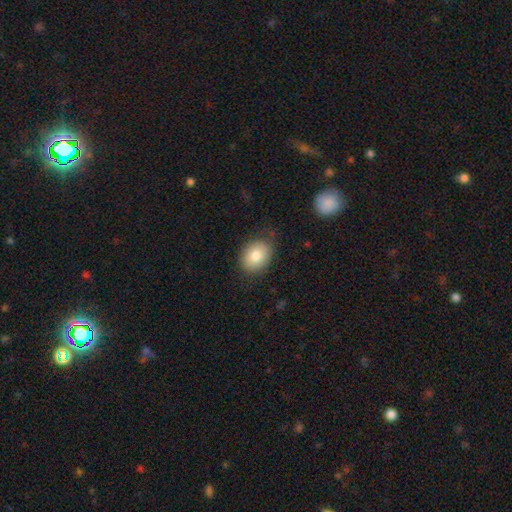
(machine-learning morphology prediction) This is likely a smooth galaxy (80%). How rounded: possibly in between (59%). Merging: likely none (78%).